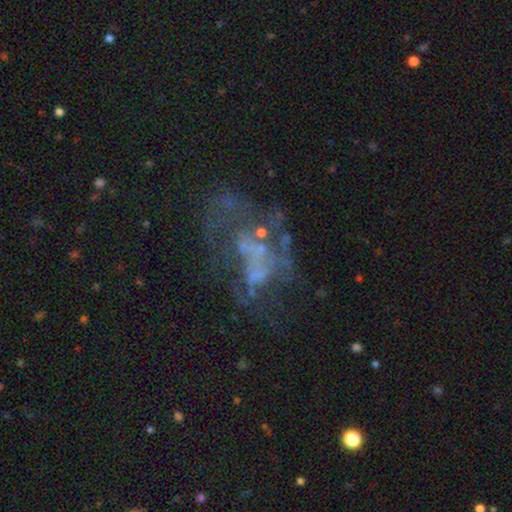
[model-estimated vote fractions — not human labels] Smooth or featured? Predicted: featured or disk (p=0.62). Edge-on disk? Predicted: no (p=0.97). Bar? Predicted: no (p=0.88). Spiral arms? Predicted: no (p=0.82). Bulge size? Predicted: none (p=0.72). Merging? Predicted: major disturbance (p=0.38).